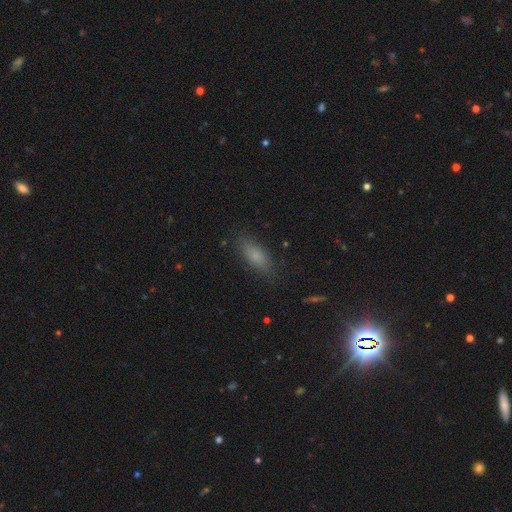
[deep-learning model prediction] Morphology: type=smooth (77%); roundness=in between (70%); merging=none (83%).